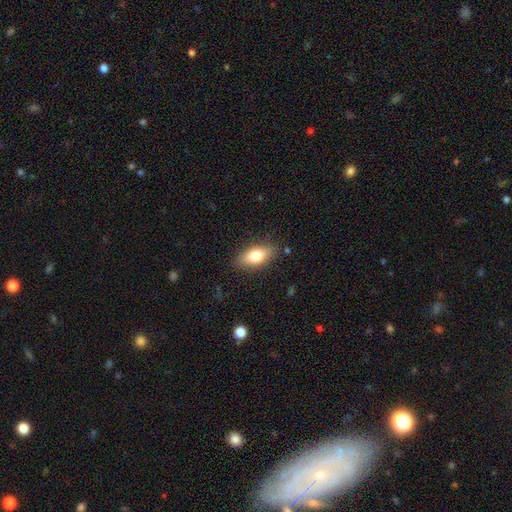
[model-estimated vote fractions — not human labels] Smooth or featured: smooth — 75% (featured or disk — 18%)
How rounded: in between — 84% (cigar-shaped — 11%)
Merging: none — 85% (minor disturbance — 11%)